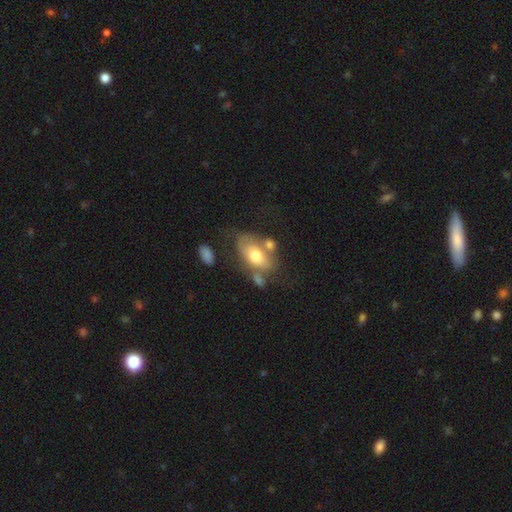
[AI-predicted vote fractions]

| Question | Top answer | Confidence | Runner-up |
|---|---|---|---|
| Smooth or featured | smooth | 60% | featured or disk (33%) |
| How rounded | in between | 89% | round (9%) |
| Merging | none | 44% | merger (22%) |